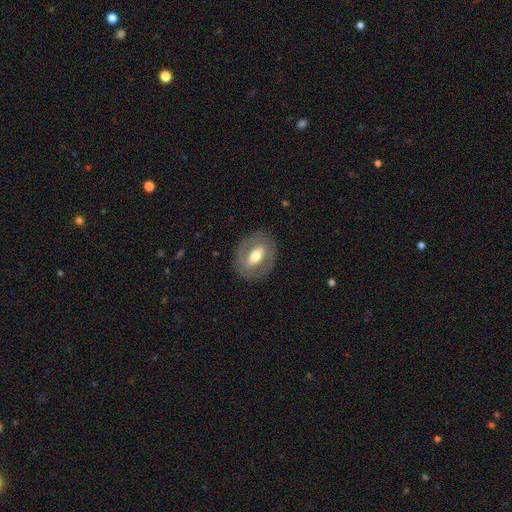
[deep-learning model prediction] Smooth or featured? Predicted: featured or disk (p=0.56). Edge-on disk? Predicted: no (p=0.90). Bar? Predicted: strong (p=0.39). Spiral arms? Predicted: no (p=0.71). Bulge size? Predicted: moderate (p=0.68). Merging? Predicted: none (p=0.83).